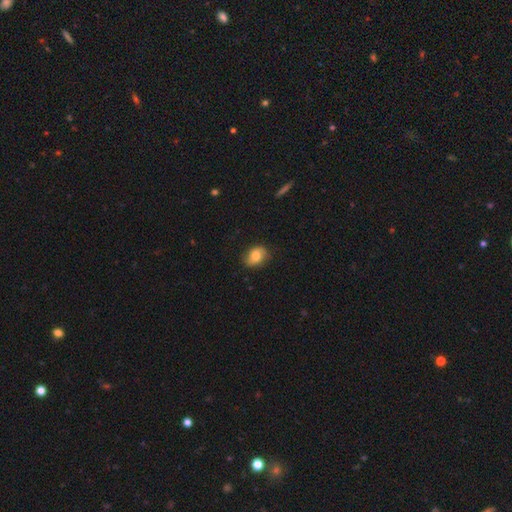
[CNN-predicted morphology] smooth 72%, featured or disk 19%, star or artifact 9%. Down the decision tree: how rounded — in between (68%); merging — none (78%).